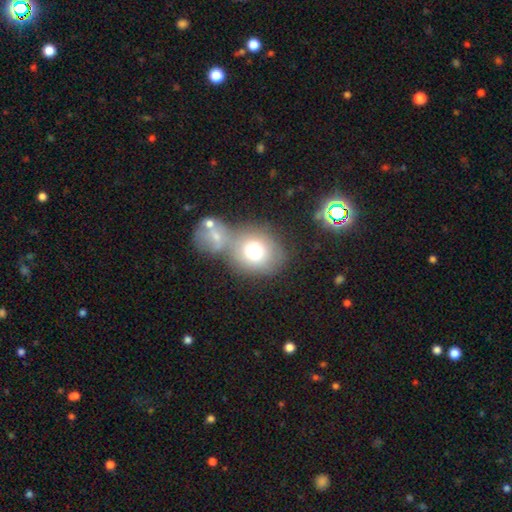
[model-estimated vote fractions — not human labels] Smooth or featured? smooth (69%)
How rounded? round (72%)
Merging? merger (43%)